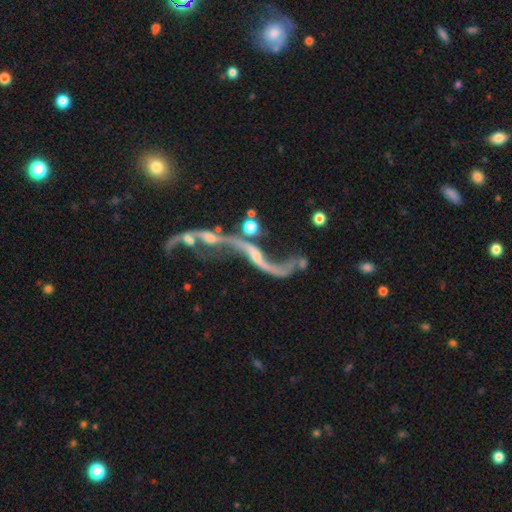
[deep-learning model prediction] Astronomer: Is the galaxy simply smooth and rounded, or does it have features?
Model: featured or disk — 67%.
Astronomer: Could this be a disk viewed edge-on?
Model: no — 71%.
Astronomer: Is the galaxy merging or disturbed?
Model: merger — 33% (runner-up: none, 30%).